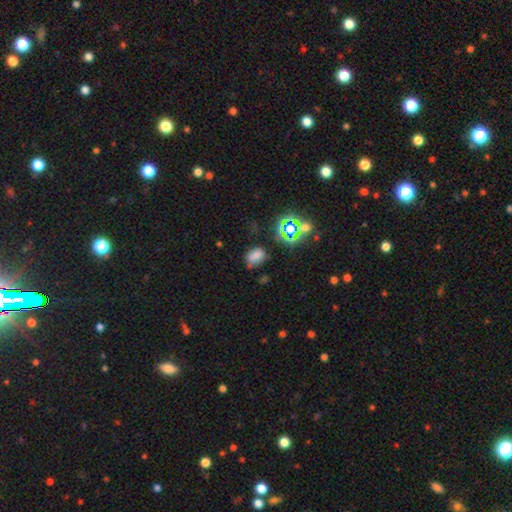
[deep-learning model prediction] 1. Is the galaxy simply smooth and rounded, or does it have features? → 67% smooth, 23% star or artifact, 10% featured or disk.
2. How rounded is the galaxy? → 75% in between, 23% round, 2% cigar-shaped.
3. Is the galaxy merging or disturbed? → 62% none, 24% minor disturbance, 8% major disturbance, 6% merger.